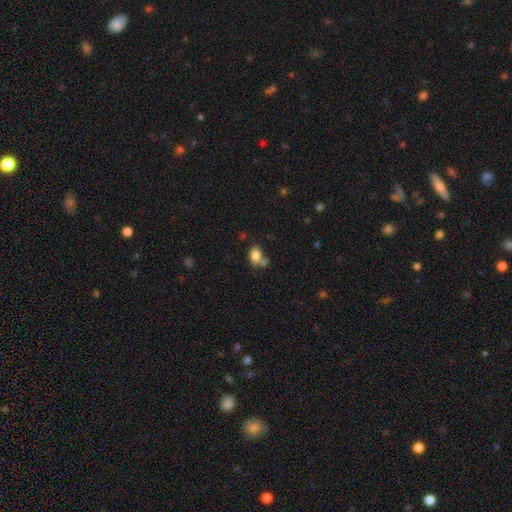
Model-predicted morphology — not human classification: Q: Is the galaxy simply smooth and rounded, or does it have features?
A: smooth — 82%.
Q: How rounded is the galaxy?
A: in between — 76%.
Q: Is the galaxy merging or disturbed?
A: none — 51%.